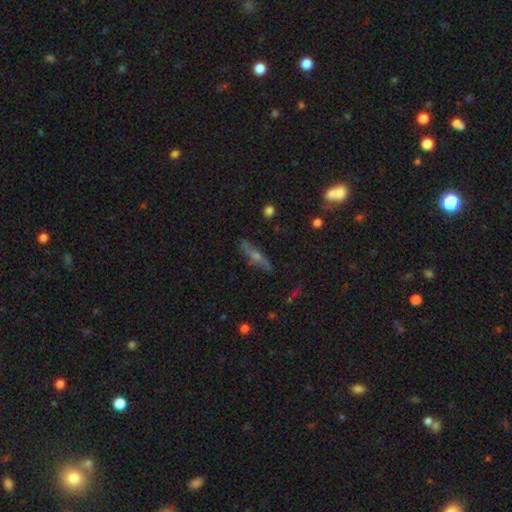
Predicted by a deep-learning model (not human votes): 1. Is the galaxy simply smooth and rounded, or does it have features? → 55% featured or disk, 30% smooth, 15% star or artifact.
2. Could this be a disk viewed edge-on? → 75% yes, 25% no.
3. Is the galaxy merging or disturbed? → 81% none, 13% minor disturbance, 4% major disturbance, 2% merger.